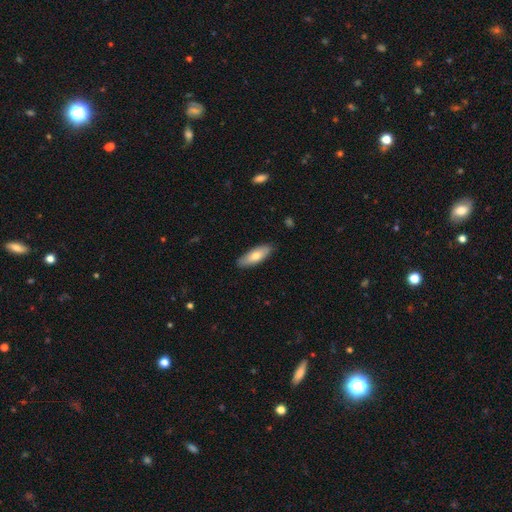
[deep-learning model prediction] Smooth or featured: smooth — 72% (featured or disk — 22%)
How rounded: in between — 66% (cigar-shaped — 32%)
Merging: none — 87% (minor disturbance — 10%)